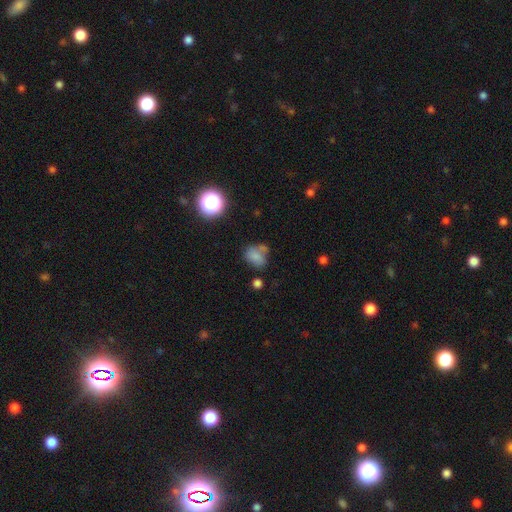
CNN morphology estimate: Overall: smooth (72%). How rounded: in between (52%; round 47%). Merging: none (47%; merger 22%).